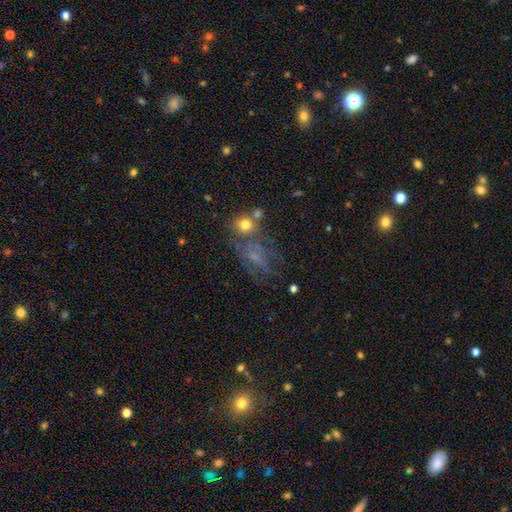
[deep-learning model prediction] A featured or disk galaxy (46%). Merging: none (44%).